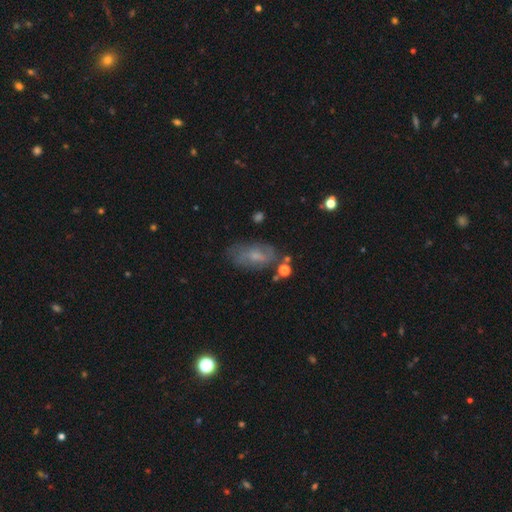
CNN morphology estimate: smooth-or-featured: smooth: 47% | featured or disk: 42% | star or artifact: 11%
  merging: none: 67% | minor disturbance: 21% | major disturbance: 8% | merger: 4%